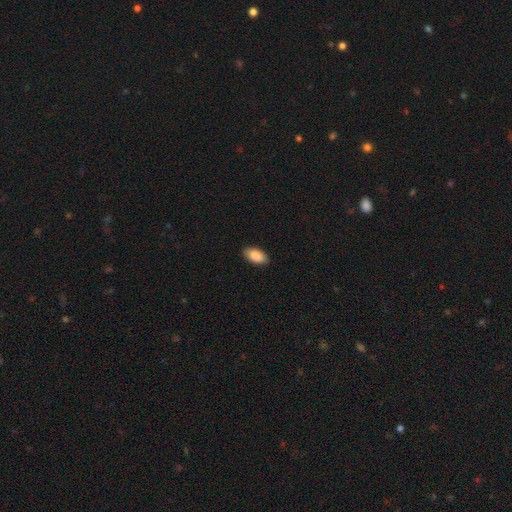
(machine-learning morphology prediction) This appears to be a smooth galaxy with no disk features (89%) that is in between round and cigar-shaped (94%). Merging: none (88%).